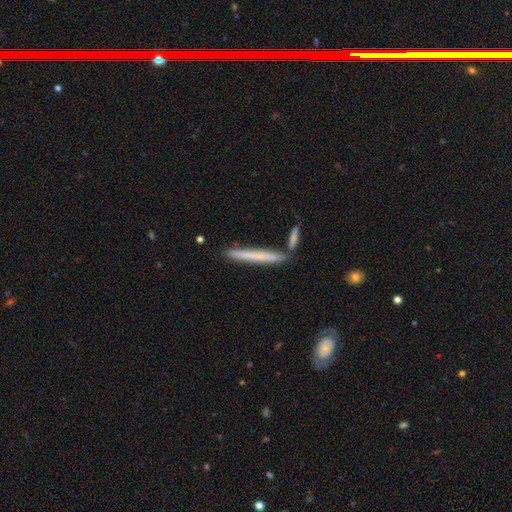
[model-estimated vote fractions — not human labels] Smooth or featured? smooth (59%)
How rounded? cigar-shaped (96%)
Merging? none (79%)